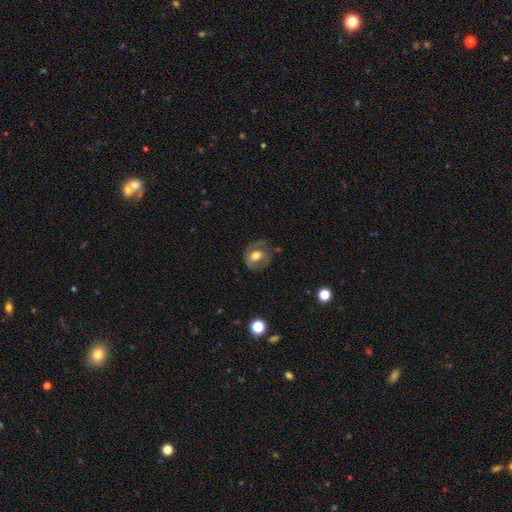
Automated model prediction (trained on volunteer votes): This appears to be a featured or disk galaxy (52%). Merging: none (60%).